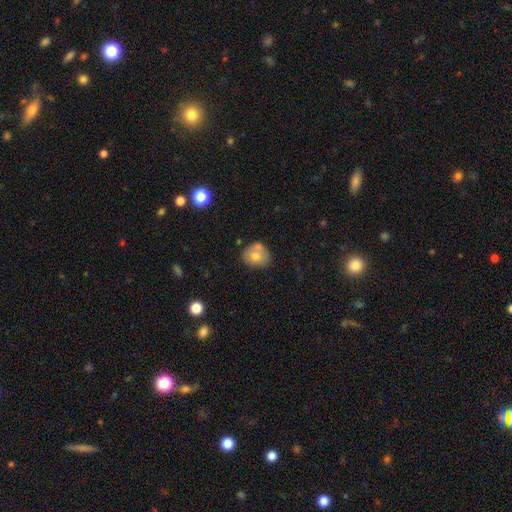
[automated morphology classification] type=smooth (70%); roundness=round (72%); merging=none (58%).